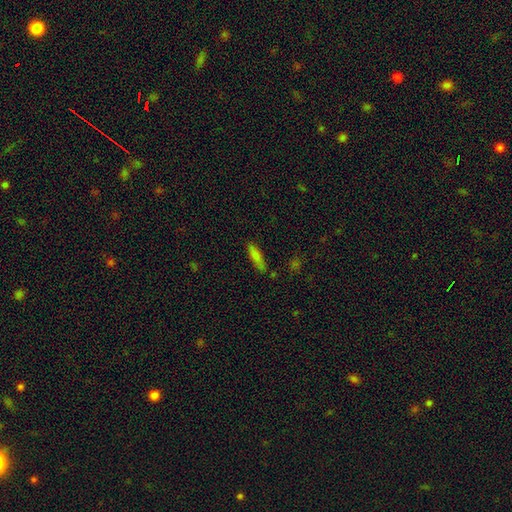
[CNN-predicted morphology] This appears to be a smooth galaxy with no disk features (79%) that is cigar-shaped (64%). Merging: none (77%).